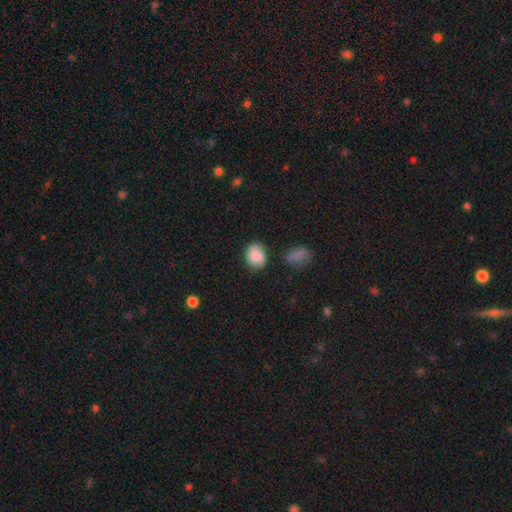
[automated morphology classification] Smooth or featured? Predicted: smooth (p=0.86). How rounded? Predicted: round (p=0.52). Merging? Predicted: none (p=0.74).